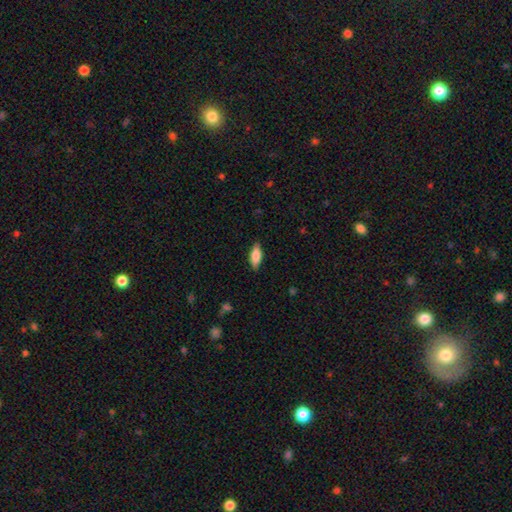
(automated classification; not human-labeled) Morphology: type=smooth (81%); roundness=in between (75%); merging=none (87%).